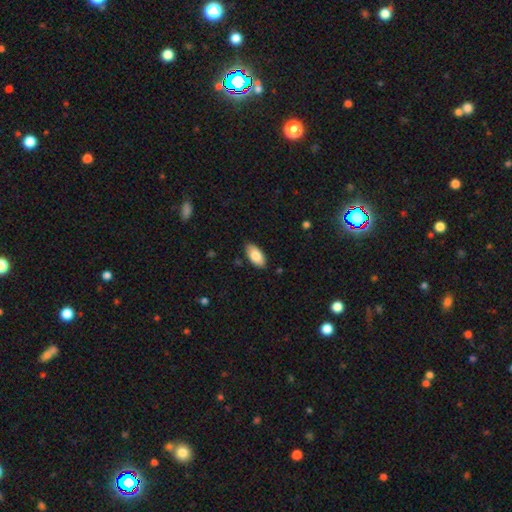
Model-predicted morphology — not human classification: A smooth galaxy with no disk features (84%) that is in between round and cigar-shaped (93%). Merging: none (86%).